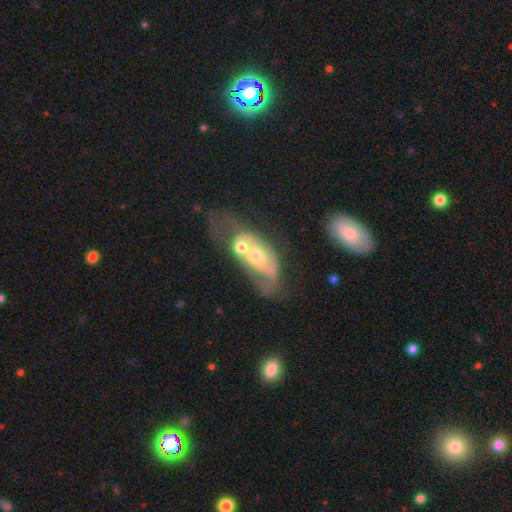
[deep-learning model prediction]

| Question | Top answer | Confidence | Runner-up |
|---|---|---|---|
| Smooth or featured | featured or disk | 66% | smooth (25%) |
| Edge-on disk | no | 89% | yes (11%) |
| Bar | no | 79% | weak (16%) |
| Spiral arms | no | 56% | yes (44%) |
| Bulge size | moderate | 56% | small (31%) |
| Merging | merger | 34% | none (30%) |